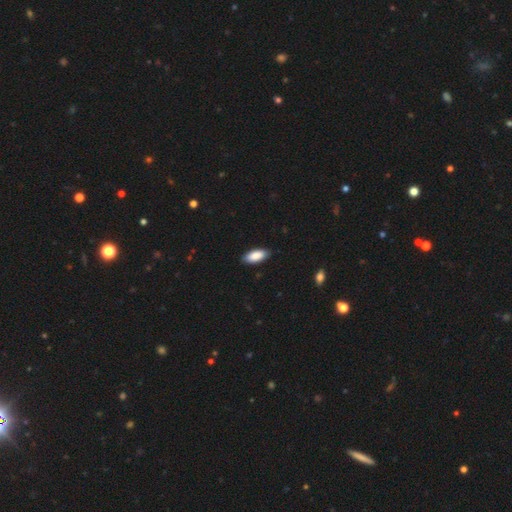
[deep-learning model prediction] Q: Smooth or featured?
A: smooth (88%); runner-up: featured or disk (7%)
Q: How rounded?
A: in between (87%); runner-up: cigar-shaped (11%)
Q: Merging?
A: none (88%); runner-up: minor disturbance (10%)